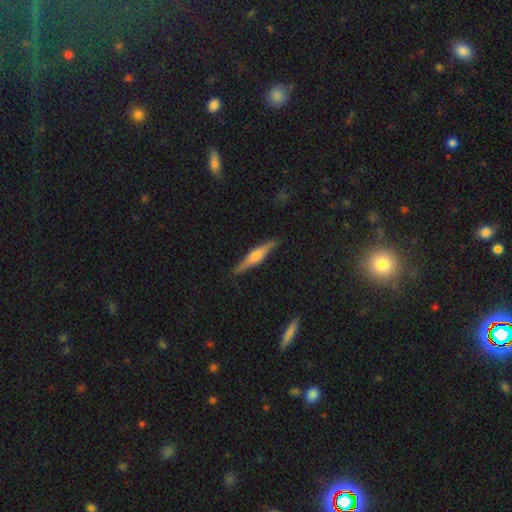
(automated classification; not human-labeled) Smooth or featured? Predicted: featured or disk (p=0.68). Edge-on disk? Predicted: yes (p=0.97). Edge-on bulge? Predicted: rounded (p=0.82). Merging? Predicted: none (p=0.89).